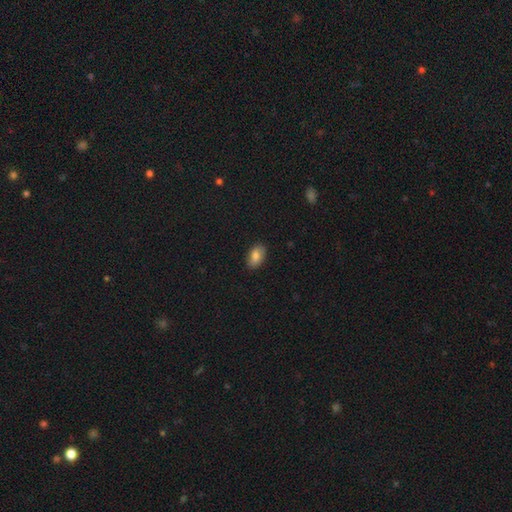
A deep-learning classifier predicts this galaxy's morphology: This appears to be a smooth galaxy with no disk features (83%) that is in between round and cigar-shaped (92%). Merging: none (87%).